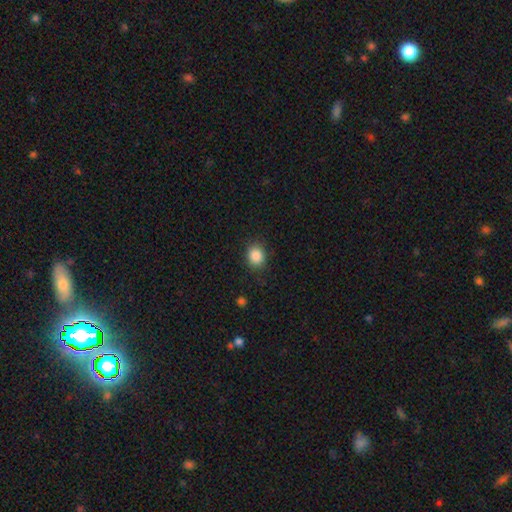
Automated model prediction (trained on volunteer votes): Q: Smooth or featured?
A: smooth (87%); runner-up: star or artifact (9%)
Q: How rounded?
A: round (65%); runner-up: in between (34%)
Q: Merging?
A: none (84%); runner-up: minor disturbance (11%)